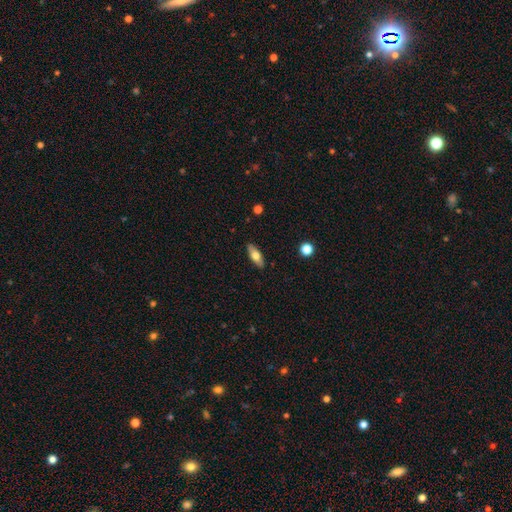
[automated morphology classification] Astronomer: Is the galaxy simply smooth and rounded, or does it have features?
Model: smooth — 62%.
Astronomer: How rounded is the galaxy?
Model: in between — 68%.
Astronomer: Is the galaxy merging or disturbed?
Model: none — 89%.